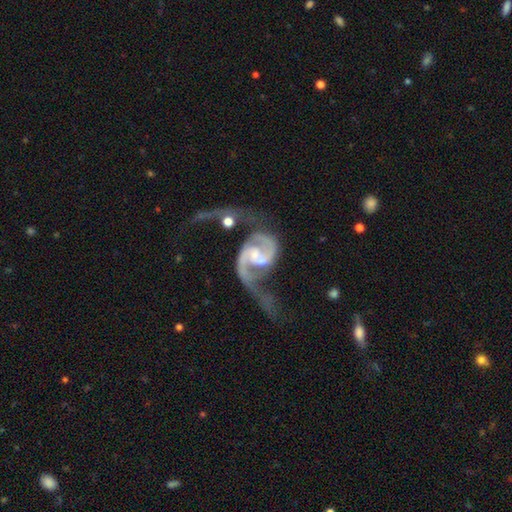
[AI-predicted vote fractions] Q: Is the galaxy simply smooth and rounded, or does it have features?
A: featured or disk — 92%.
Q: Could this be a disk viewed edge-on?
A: no — 98%.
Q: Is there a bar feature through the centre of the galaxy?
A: no — 43%.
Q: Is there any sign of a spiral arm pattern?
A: yes — 98%.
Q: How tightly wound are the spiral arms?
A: medium — 46%.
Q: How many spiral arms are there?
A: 2 — 91%.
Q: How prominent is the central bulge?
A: small — 54%.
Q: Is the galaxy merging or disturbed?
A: none — 32%.